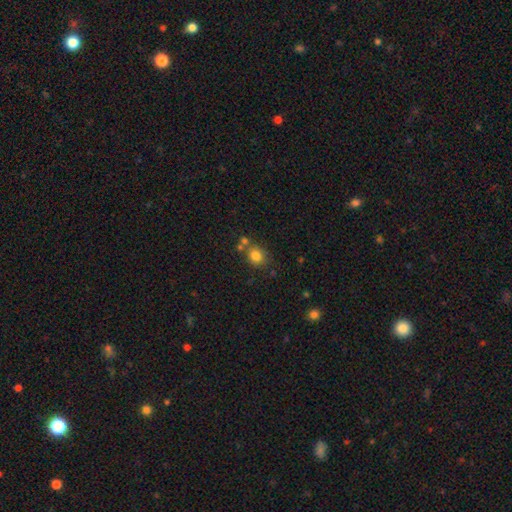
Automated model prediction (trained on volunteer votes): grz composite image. It shows a smooth galaxy with no disk features (80%) that is round (69%). Merging: none (64%).